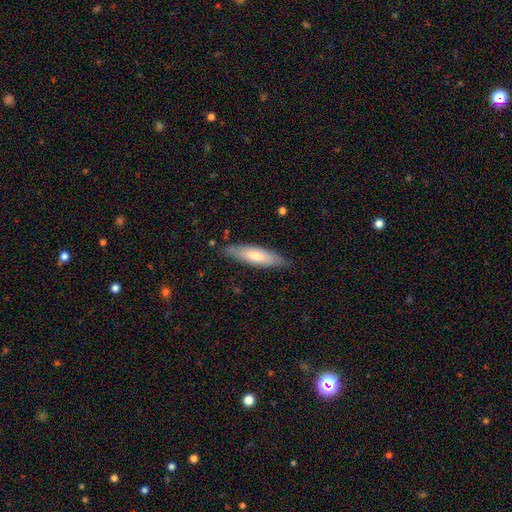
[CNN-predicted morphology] type=smooth (66%); roundness=cigar-shaped (65%); merging=none (82%).